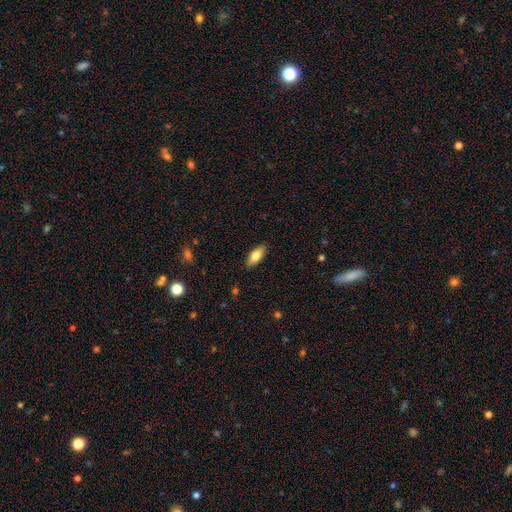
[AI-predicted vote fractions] Smooth or featured: smooth — 77% (featured or disk — 16%)
How rounded: in between — 77% (cigar-shaped — 21%)
Merging: none — 88% (minor disturbance — 9%)